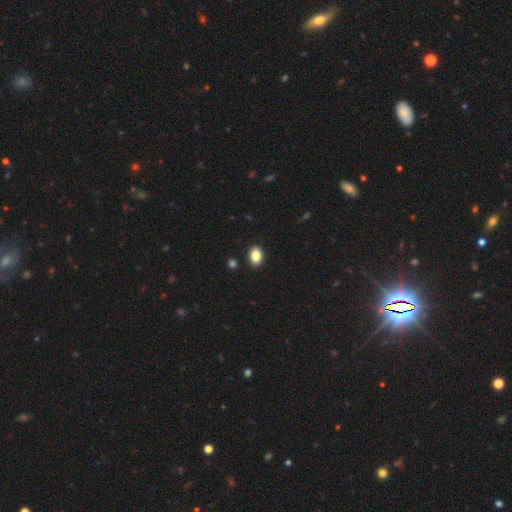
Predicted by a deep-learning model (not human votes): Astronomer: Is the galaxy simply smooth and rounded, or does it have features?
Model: smooth — 86%.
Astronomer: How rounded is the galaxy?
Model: in between — 78%.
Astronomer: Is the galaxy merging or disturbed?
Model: none — 90%.